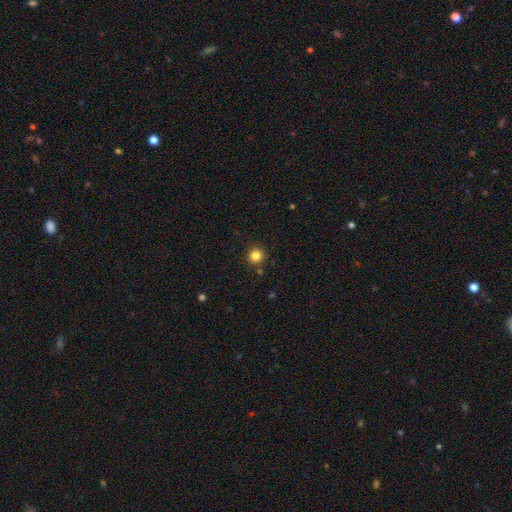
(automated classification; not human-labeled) smooth-or-featured: smooth: 83% | star or artifact: 12% | featured or disk: 5%
  how-rounded: round: 94% | in between: 5% | cigar-shaped: 1%
  merging: none: 89% | minor disturbance: 7% | merger: 3% | major disturbance: 2%